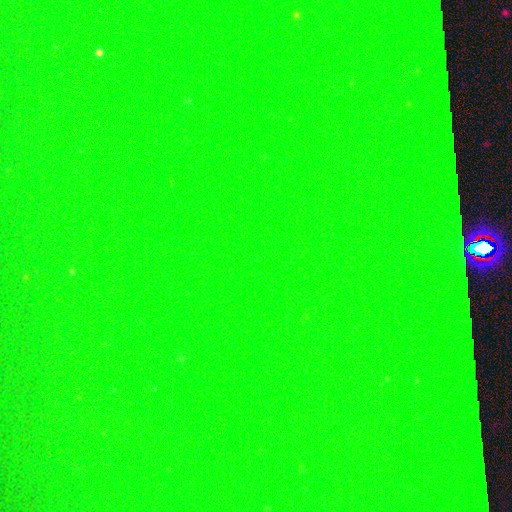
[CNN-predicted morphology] This is likely a star or artifact rather than a galaxy (79%).